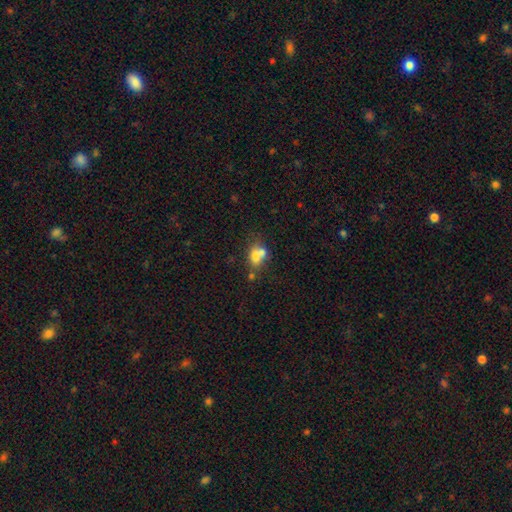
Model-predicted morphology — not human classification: A smooth galaxy with no disk features (71%) that is in between round and cigar-shaped (57%).

Vote fractions:
- Smooth or featured? smooth: 71% / featured or disk: 18% / star or artifact: 12%
- How rounded? in between: 57% / round: 41% / cigar-shaped: 2%
- Merging? merger: 50% / none: 34% / minor disturbance: 11% / major disturbance: 5%